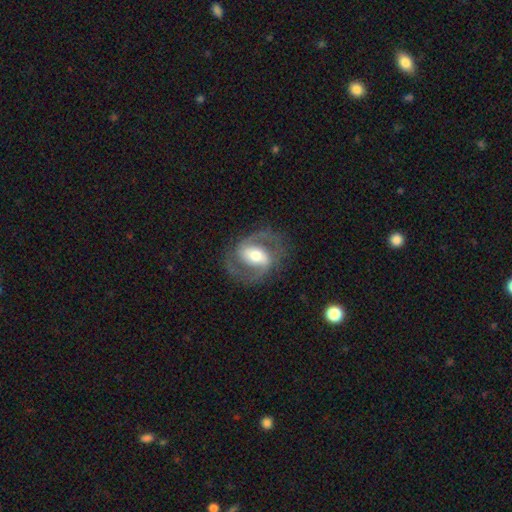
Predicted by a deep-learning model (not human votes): featured or disk 85%, smooth 10%, star or artifact 5%. Down the decision tree: edge-on disk — no (97%); bar — strong (42%); spiral arms — yes (93%); spiral arm count — 2 (91%); spiral winding — medium (57%); bulge size — moderate (63%); merging — none (78%).